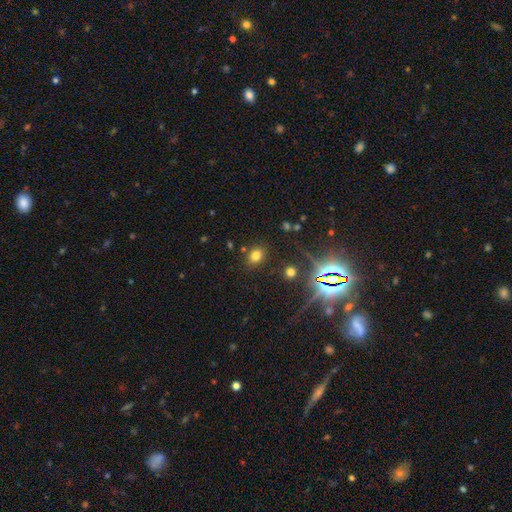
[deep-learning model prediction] smooth 73%, star or artifact 19%, featured or disk 7%. Down the decision tree: how rounded — in between (54%); merging — none (83%).